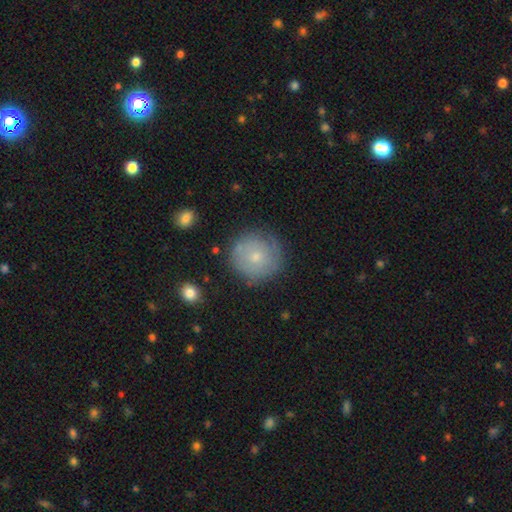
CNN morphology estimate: Q: Smooth or featured?
A: smooth (58%); runner-up: featured or disk (34%)
Q: How rounded?
A: round (93%); runner-up: in between (6%)
Q: Merging?
A: none (77%); runner-up: minor disturbance (16%)